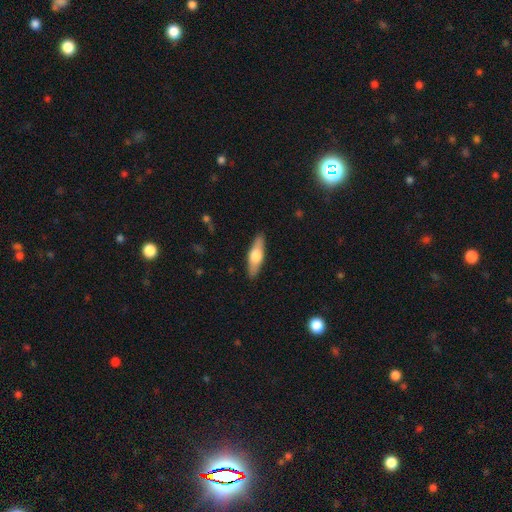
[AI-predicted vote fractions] The model was most divided on "how rounded": cigar-shaped: 54%, in between: 44%, round: 2%. More confident: merging — none (89%); smooth or featured — smooth (55%).